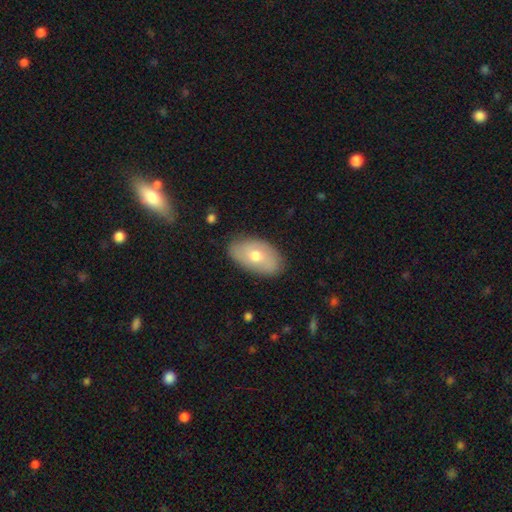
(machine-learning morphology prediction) smooth 58%, featured or disk 36%, star or artifact 6%. Down the decision tree: how rounded — in between (93%); merging — none (81%).